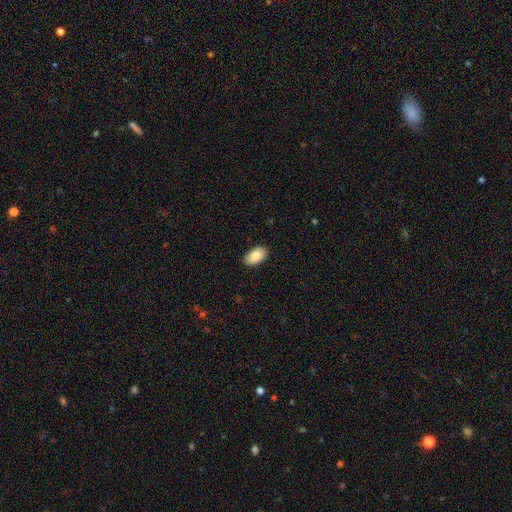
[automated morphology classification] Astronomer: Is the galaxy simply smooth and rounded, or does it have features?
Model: smooth — 88%.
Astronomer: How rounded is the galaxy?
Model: in between — 93%.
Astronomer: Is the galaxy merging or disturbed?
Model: none — 88%.